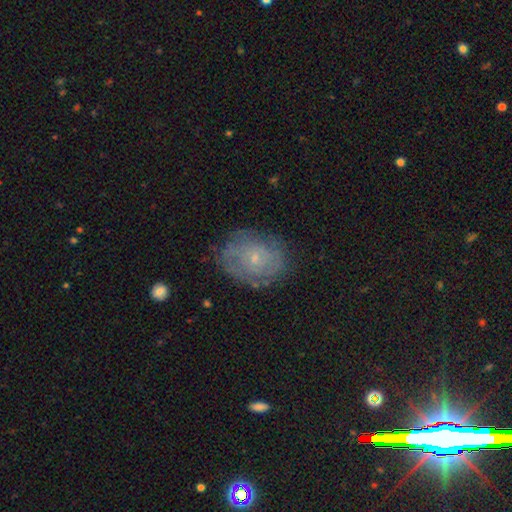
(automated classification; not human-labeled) Q: Smooth or featured?
A: featured or disk (50%); runner-up: smooth (31%)
Q: Merging?
A: none (77%); runner-up: minor disturbance (16%)